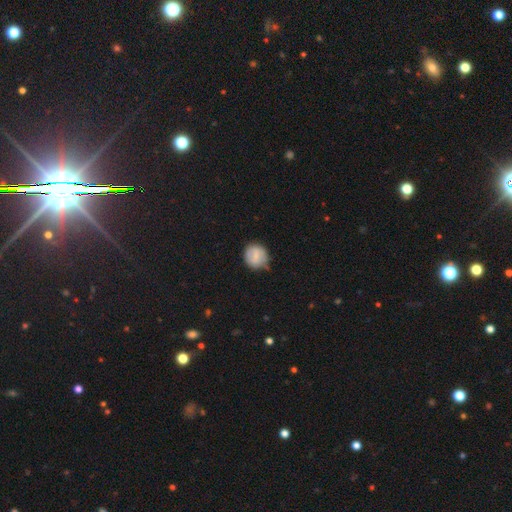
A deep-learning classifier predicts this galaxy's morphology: A smooth galaxy with no disk features (66%) that is round (84%). Merging: none (57%).